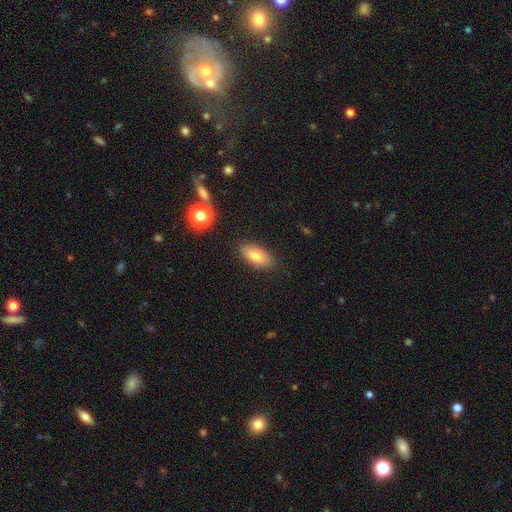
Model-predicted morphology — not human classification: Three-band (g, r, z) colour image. It shows a smooth galaxy with no disk features (77%) that is in between round and cigar-shaped (86%). Merging: none (85%).